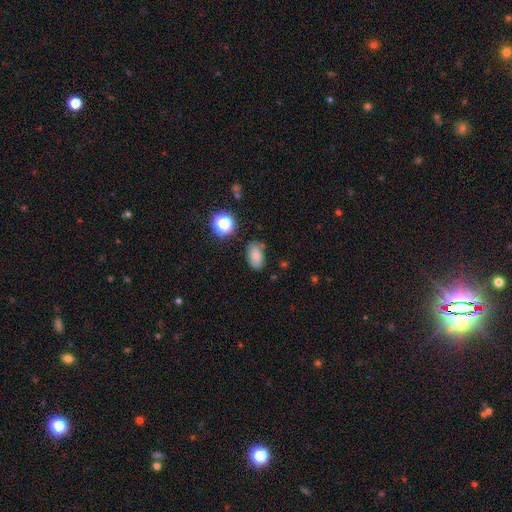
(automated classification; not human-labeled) Morphology: type=smooth (79%); roundness=in between (88%); merging=none (74%).